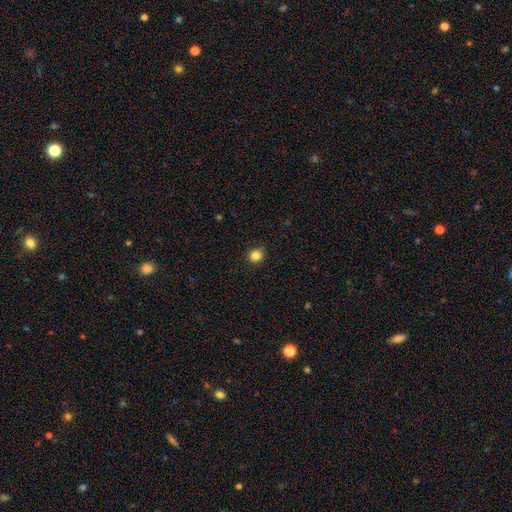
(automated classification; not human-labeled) Smooth or featured: smooth — 85% (star or artifact — 12%)
How rounded: round — 87% (in between — 12%)
Merging: none — 91% (minor disturbance — 7%)